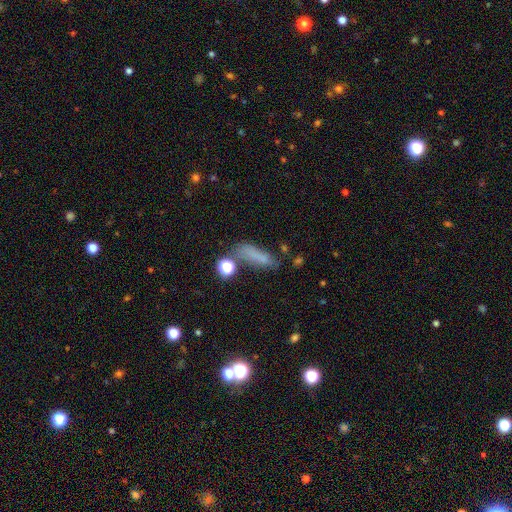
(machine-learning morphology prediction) Smooth or featured? Predicted: smooth (p=0.69). How rounded? Predicted: cigar-shaped (p=0.55). Merging? Predicted: none (p=0.51).